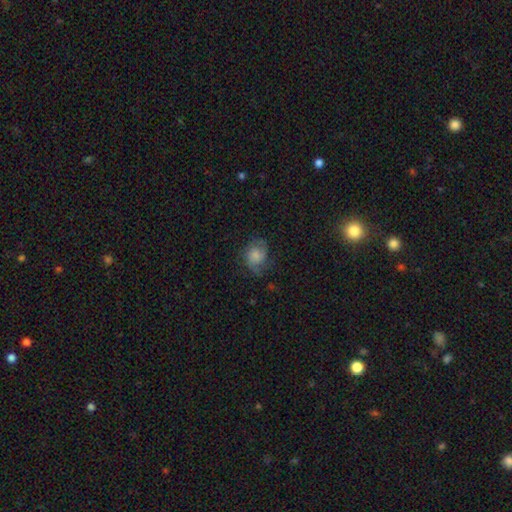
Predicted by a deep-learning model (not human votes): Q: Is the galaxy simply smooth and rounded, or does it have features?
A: smooth — 50%.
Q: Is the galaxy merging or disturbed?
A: none — 57%.